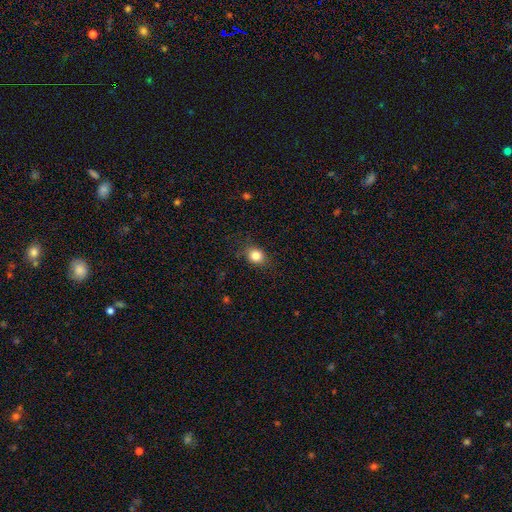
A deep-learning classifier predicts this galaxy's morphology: type=smooth (83%); roundness=round (61%); merging=none (82%).